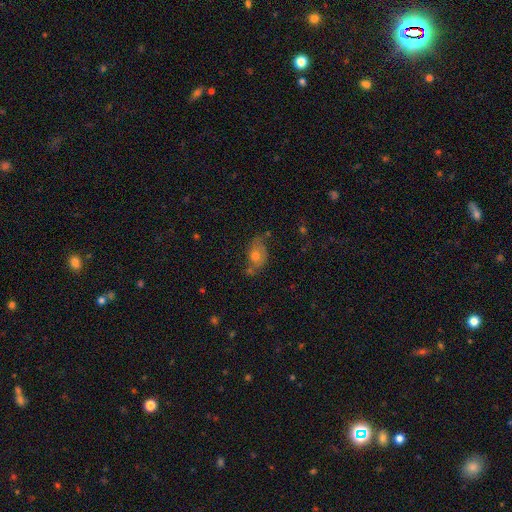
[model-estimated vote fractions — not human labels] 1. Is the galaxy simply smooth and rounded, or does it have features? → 65% smooth, 24% featured or disk, 11% star or artifact.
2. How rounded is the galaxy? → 75% in between, 23% round, 2% cigar-shaped.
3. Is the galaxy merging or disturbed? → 47% none, 28% minor disturbance, 14% merger, 11% major disturbance.